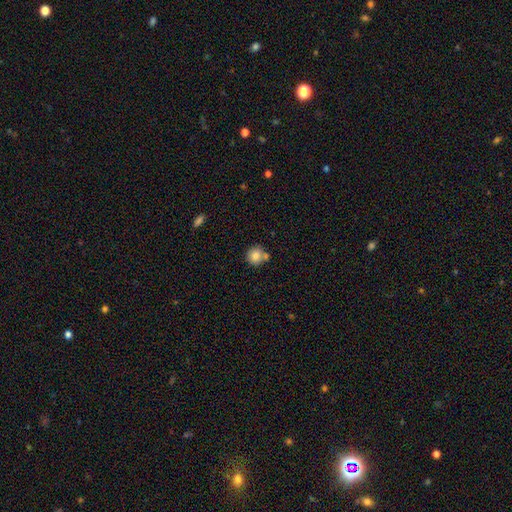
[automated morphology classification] This is clearly a smooth galaxy (82%). How rounded: clearly round (91%). Merging: likely none (64%).